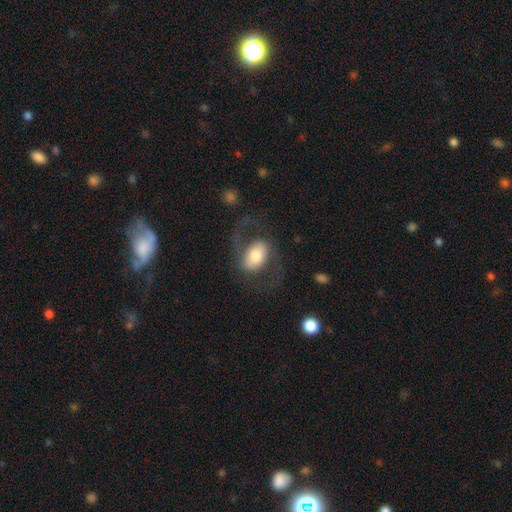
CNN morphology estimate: Overall: featured or disk (52%; smooth 42%). Edge-on disk: no (94%). Merging: none (59%; major disturbance 23%).